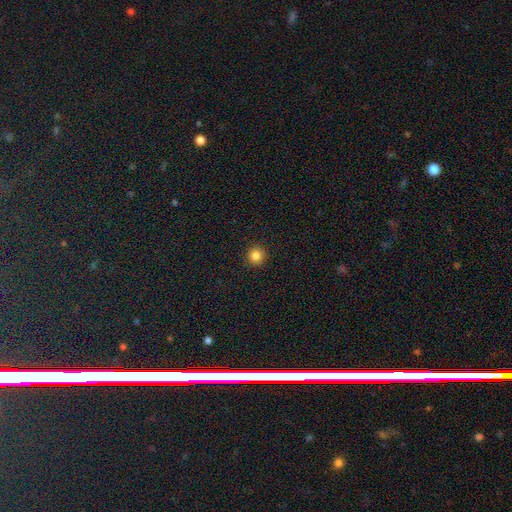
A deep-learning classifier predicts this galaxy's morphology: This is clearly a smooth galaxy (84%). How rounded: clearly round (95%). Merging: clearly none (93%).